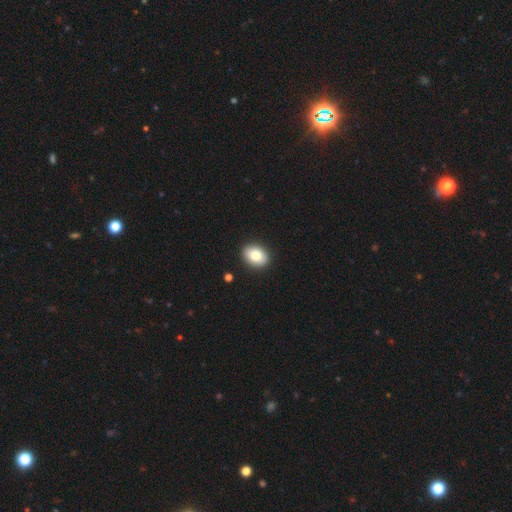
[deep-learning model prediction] Morphology: type=smooth (82%); roundness=in between (68%); merging=none (91%).